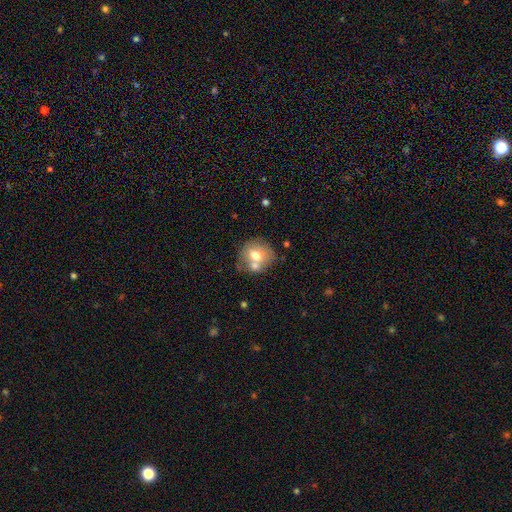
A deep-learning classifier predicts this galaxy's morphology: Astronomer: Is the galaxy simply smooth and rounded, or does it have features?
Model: smooth — 67%.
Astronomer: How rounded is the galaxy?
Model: round — 77%.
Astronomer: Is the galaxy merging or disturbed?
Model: none — 51% (runner-up: merger, 30%).